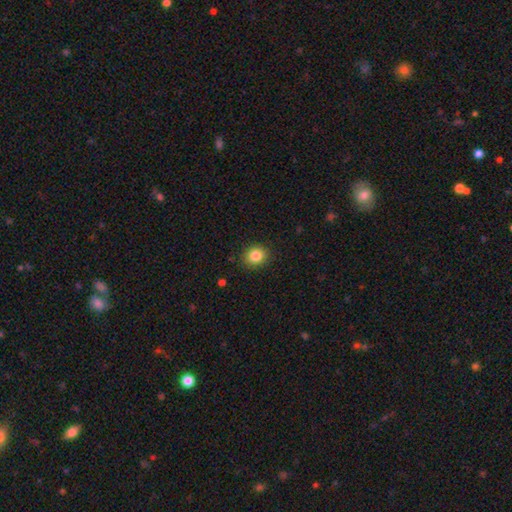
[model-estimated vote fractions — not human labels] Overall: smooth (84%). How rounded: round (71%). Merging: none (88%).